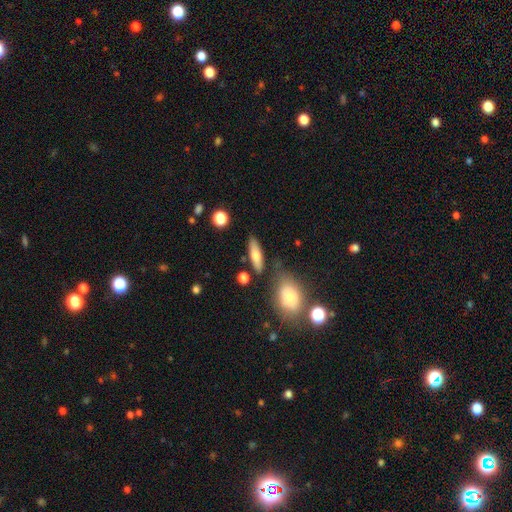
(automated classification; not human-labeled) Smooth or featured? smooth (71%)
How rounded? in between (50%)
Merging? none (76%)